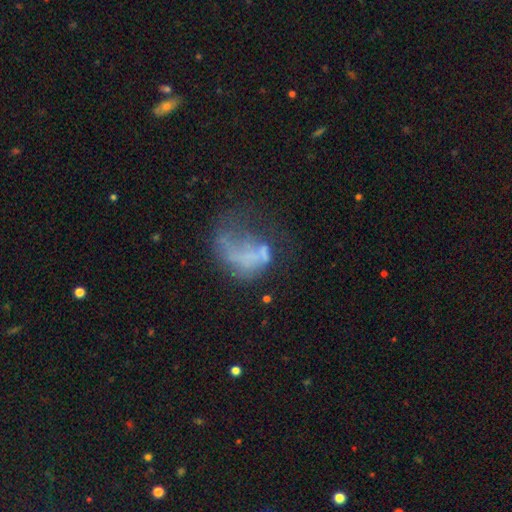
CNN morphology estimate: A featured or disk galaxy (51%). Merging: major disturbance (48%).